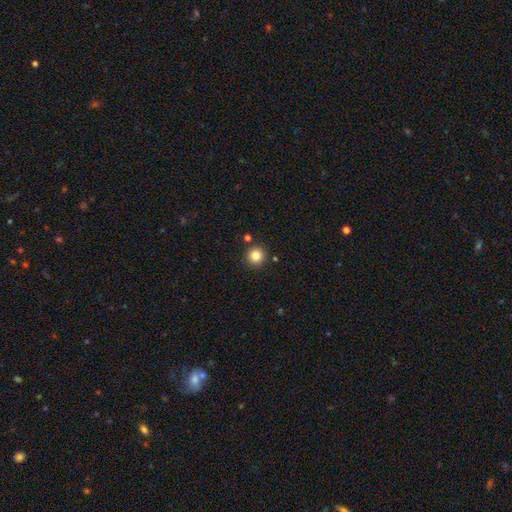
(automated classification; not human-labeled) Q: Smooth or featured?
A: smooth (83%); runner-up: star or artifact (11%)
Q: How rounded?
A: round (95%); runner-up: in between (4%)
Q: Merging?
A: none (89%); runner-up: minor disturbance (6%)